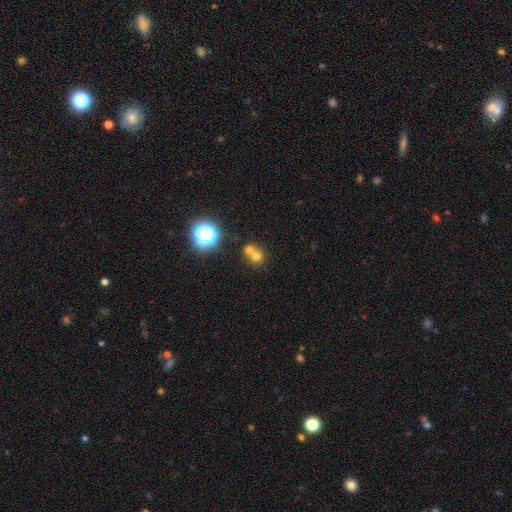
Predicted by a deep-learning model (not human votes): smooth-or-featured: smooth: 66% | star or artifact: 19% | featured or disk: 15%
  how-rounded: round: 81% | in between: 18% | cigar-shaped: 1%
  merging: merger: 53% | none: 39% | minor disturbance: 6% | major disturbance: 3%